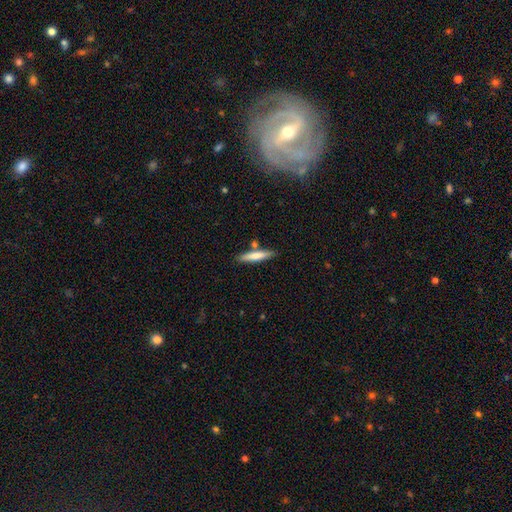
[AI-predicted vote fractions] smooth 69%, featured or disk 25%, star or artifact 6%. Down the decision tree: how rounded — cigar-shaped (88%); merging — none (80%).